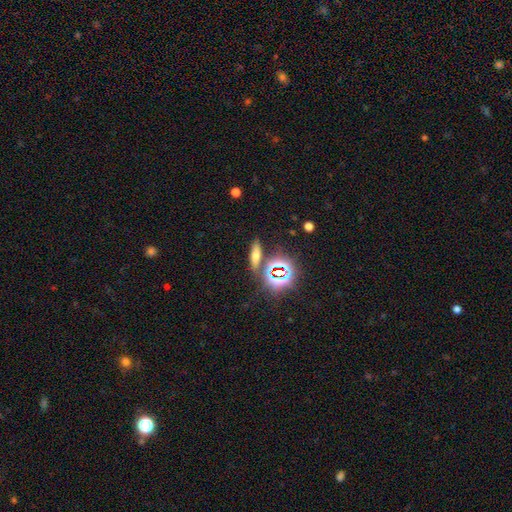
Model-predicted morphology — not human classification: Overall: smooth (52%; star or artifact 29%). How rounded: cigar-shaped (53%; in between 36%). Merging: none (79%).